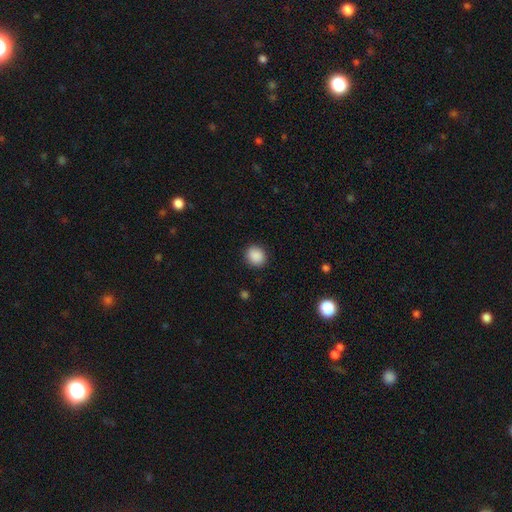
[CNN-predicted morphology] Smooth or featured?
  - smooth: 89% *
  - star or artifact: 9%
  - featured or disk: 2%
How rounded?
  - round: 82% *
  - in between: 17%
  - cigar-shaped: 1%
Merging?
  - none: 90% *
  - minor disturbance: 7%
  - major disturbance: 2%
  - merger: 1%